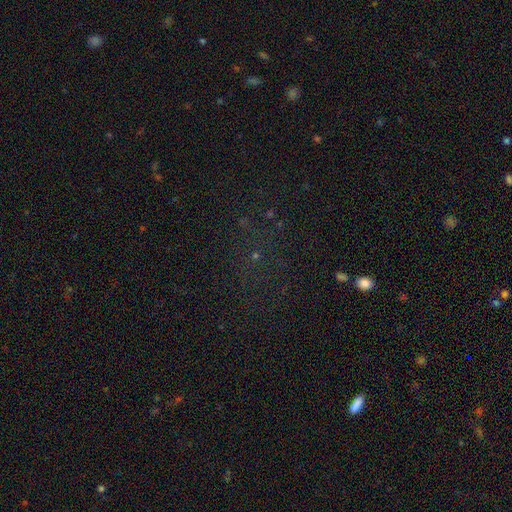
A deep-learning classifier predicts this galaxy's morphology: smooth-or-featured: star or artifact: 64% | smooth: 23% | featured or disk: 12%